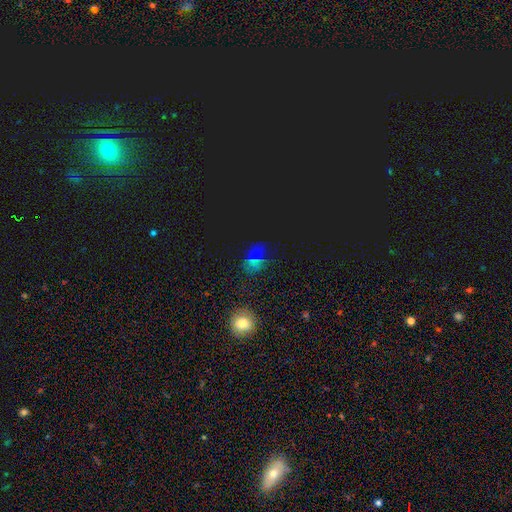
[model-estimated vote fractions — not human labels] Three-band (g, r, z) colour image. It shows a star or artifact, not a galaxy (59%).